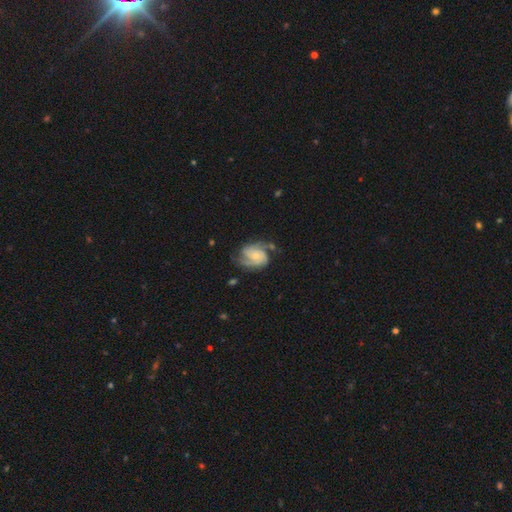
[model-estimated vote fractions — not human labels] A featured or disk galaxy (82%) with no bar (71%), 2 (38%) tight (44%) spiral arms (96%) and a small central bulge (65%). Merging: none (58%).